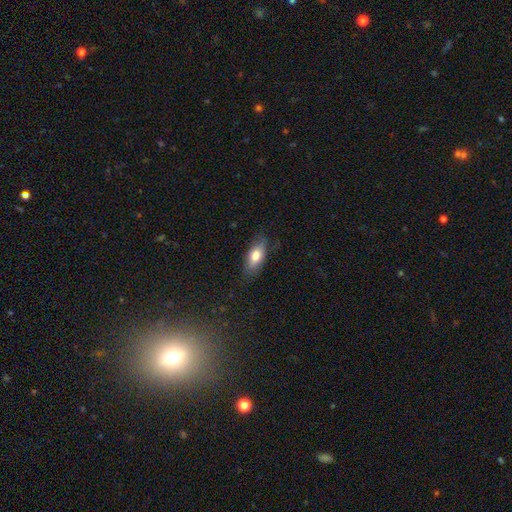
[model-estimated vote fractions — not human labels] smooth 75%, featured or disk 18%, star or artifact 7%. Down the decision tree: how rounded — in between (82%); merging — none (77%).